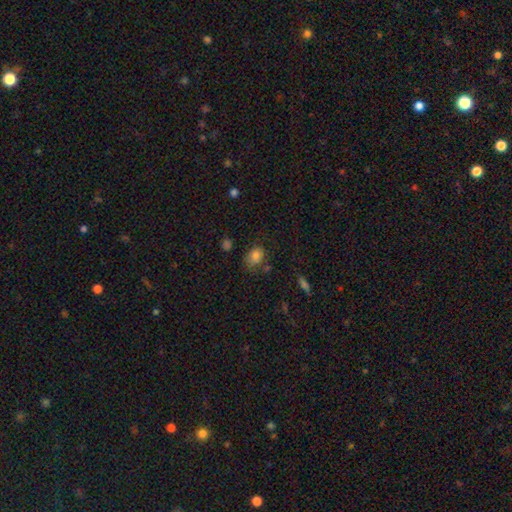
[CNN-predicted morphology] Smooth or featured: smooth — 79% (star or artifact — 11%)
How rounded: in between — 62% (round — 37%)
Merging: none — 59% (minor disturbance — 27%)